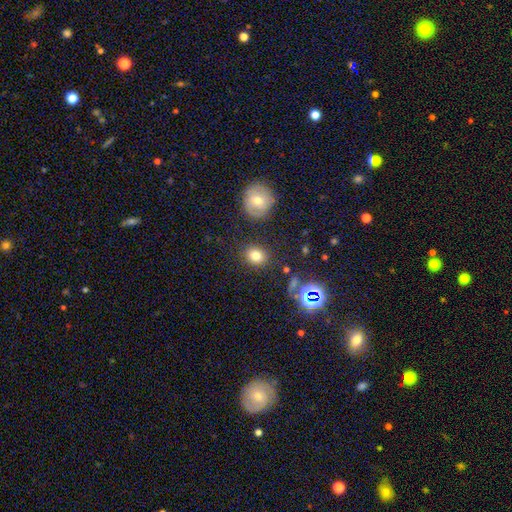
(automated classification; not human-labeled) A smooth galaxy with no disk features (78%) that is round (69%). Merging: none (85%).